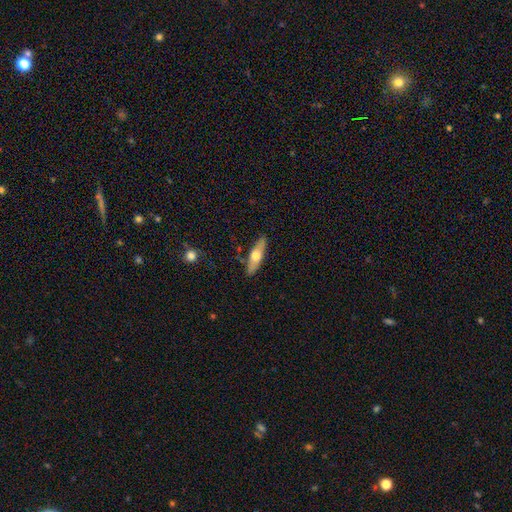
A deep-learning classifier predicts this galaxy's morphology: The model was most divided on "smooth or featured": smooth: 48%, featured or disk: 46%, star or artifact: 6%. More confident: merging — none (85%).